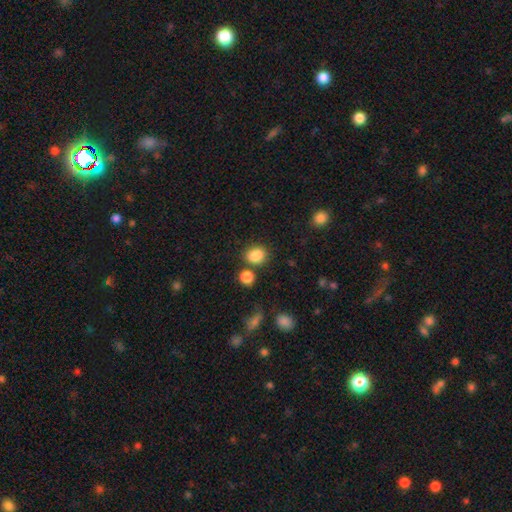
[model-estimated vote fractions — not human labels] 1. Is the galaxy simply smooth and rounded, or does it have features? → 85% smooth, 11% star or artifact, 4% featured or disk.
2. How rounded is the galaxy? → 54% in between, 45% round, 1% cigar-shaped.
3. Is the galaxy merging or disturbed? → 69% none, 14% minor disturbance, 13% merger, 4% major disturbance.